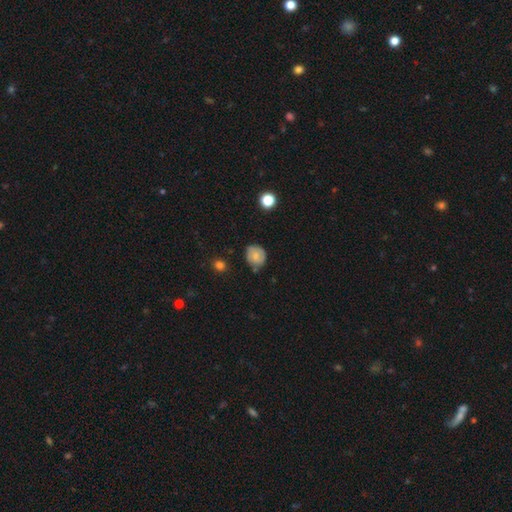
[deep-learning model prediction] Smooth or featured? Predicted: smooth (p=0.67). How rounded? Predicted: round (p=0.74). Merging? Predicted: none (p=0.68).